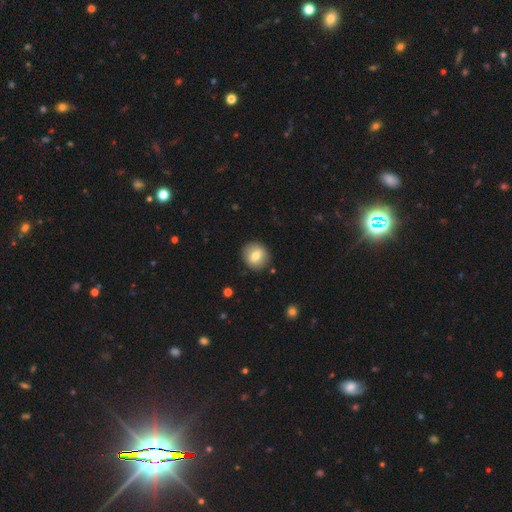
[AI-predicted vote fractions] Smooth or featured: smooth — 73% (featured or disk — 19%)
How rounded: round — 87% (in between — 12%)
Merging: none — 89% (minor disturbance — 8%)